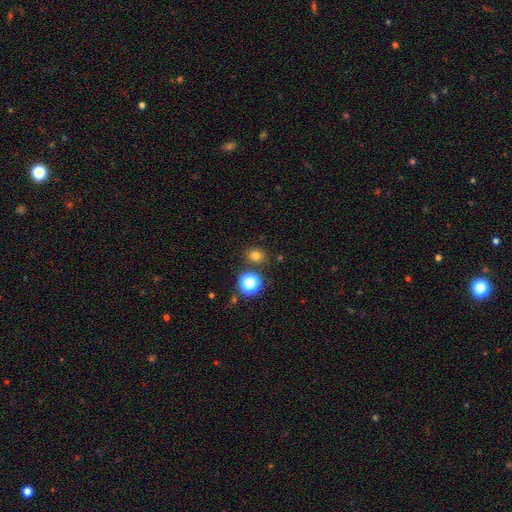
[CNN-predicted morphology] Smooth or featured?
  - smooth: 74% *
  - star or artifact: 19%
  - featured or disk: 6%
How rounded?
  - round: 68% *
  - in between: 31%
  - cigar-shaped: 1%
Merging?
  - none: 83% *
  - minor disturbance: 9%
  - merger: 6%
  - major disturbance: 3%